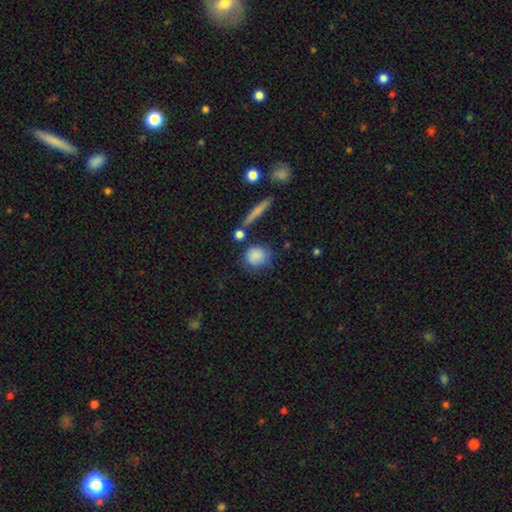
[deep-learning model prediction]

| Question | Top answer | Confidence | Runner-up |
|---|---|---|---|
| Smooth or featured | smooth | 84% | featured or disk (8%) |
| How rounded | round | 79% | in between (18%) |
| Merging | none | 65% | minor disturbance (17%) |